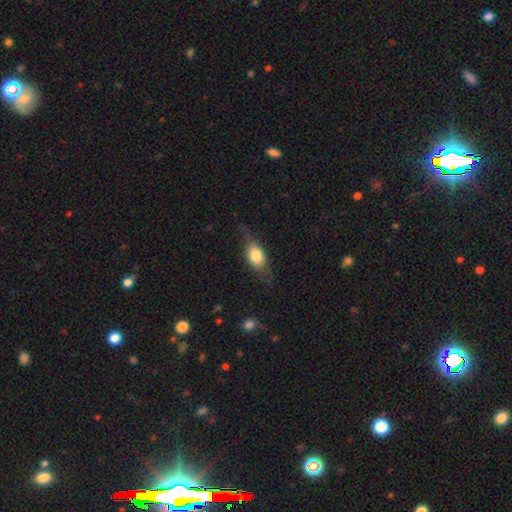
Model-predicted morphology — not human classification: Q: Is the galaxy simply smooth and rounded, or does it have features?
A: smooth — 61%.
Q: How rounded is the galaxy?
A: in between — 71%.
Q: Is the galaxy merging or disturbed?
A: none — 67%.